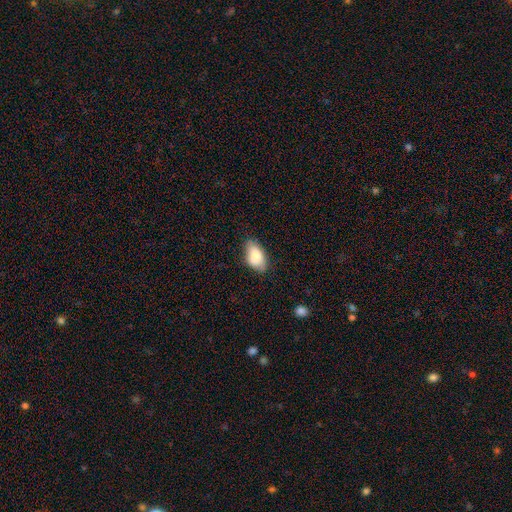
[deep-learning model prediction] smooth-or-featured: smooth: 80% | featured or disk: 13% | star or artifact: 7%
  how-rounded: in between: 93% | round: 5% | cigar-shaped: 2%
  merging: none: 73% | minor disturbance: 22% | major disturbance: 4% | merger: 1%